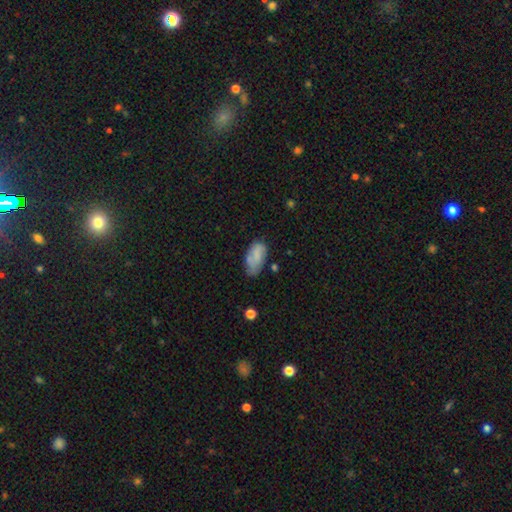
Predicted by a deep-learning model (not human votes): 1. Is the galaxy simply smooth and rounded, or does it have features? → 71% smooth, 21% featured or disk, 8% star or artifact.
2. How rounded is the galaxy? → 93% in between, 4% cigar-shaped, 3% round.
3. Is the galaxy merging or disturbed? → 54% none, 32% minor disturbance, 10% major disturbance, 4% merger.